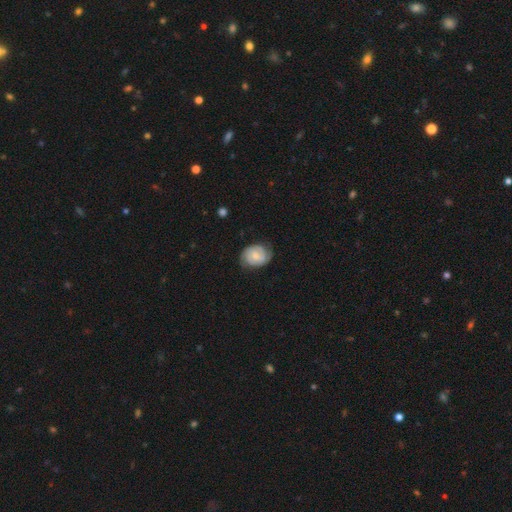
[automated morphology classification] Smooth or featured: featured or disk — 64% (smooth — 30%)
Edge-on disk: no — 97% (yes — 3%)
Bar: no — 57% (weak — 37%)
Spiral arms: yes — 90% (no — 10%)
Spiral winding: tight — 58% (medium — 32%)
Spiral arm count: 2 — 69% (can't tell — 17%)
Bulge size: small — 47% (moderate — 46%)
Merging: none — 72% (minor disturbance — 21%)